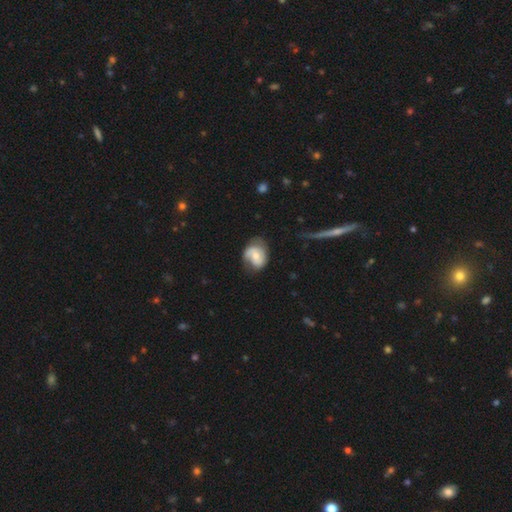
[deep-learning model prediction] Smooth or featured? featured or disk (51%)
Edge-on disk? no (96%)
Merging? none (51%)